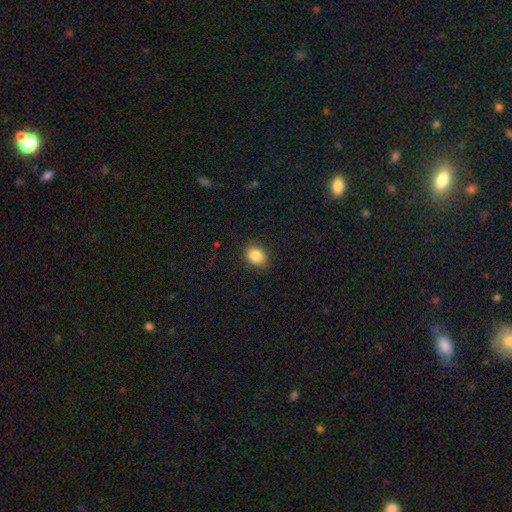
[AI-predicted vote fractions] This is clearly a smooth galaxy (85%). How rounded: likely in between (62%). Merging: clearly none (88%).